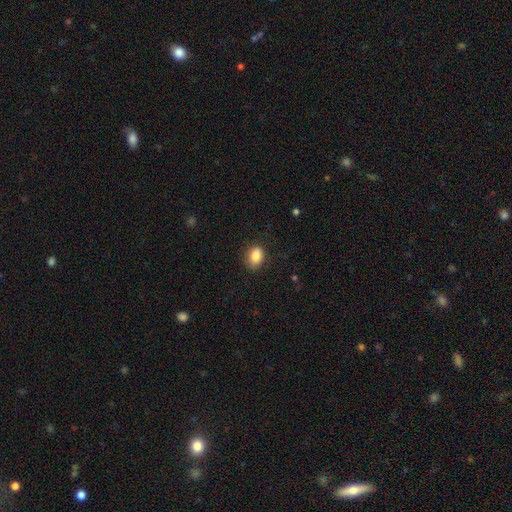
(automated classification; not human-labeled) smooth 86%, star or artifact 8%, featured or disk 6%. Down the decision tree: how rounded — in between (74%); merging — none (77%).